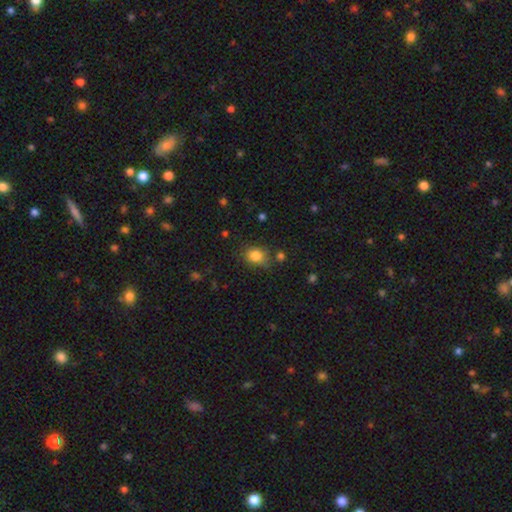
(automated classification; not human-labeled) Smooth or featured? smooth (83%)
How rounded? round (61%)
Merging? none (72%)